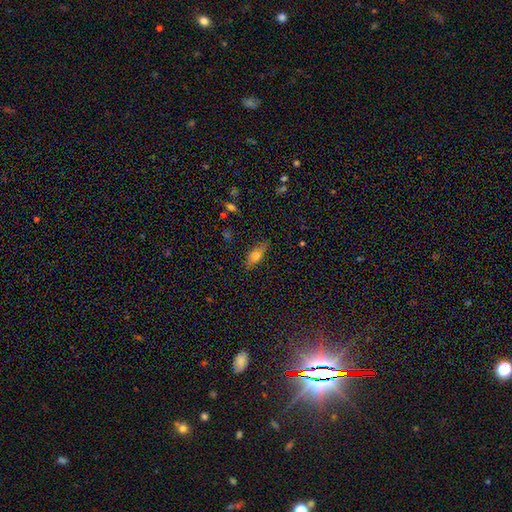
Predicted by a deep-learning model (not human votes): This appears to be a smooth galaxy with no disk features (63%) that is in between round and cigar-shaped (68%). Merging: none (82%).